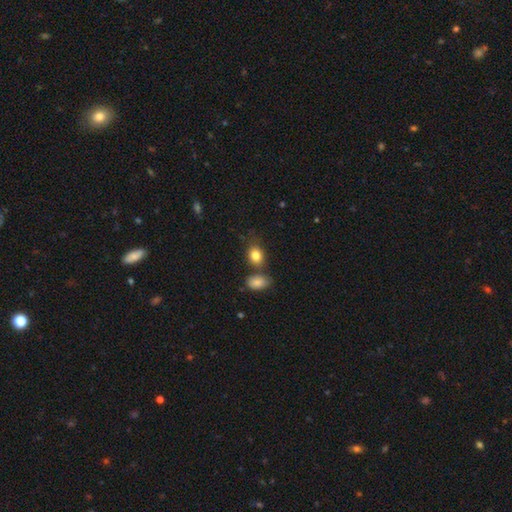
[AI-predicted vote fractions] A smooth galaxy with no disk features (84%) that is in between round and cigar-shaped (65%).

Vote fractions:
- Smooth or featured? smooth: 84% / star or artifact: 9% / featured or disk: 8%
- How rounded? in between: 65% / round: 34% / cigar-shaped: 1%
- Merging? none: 61% / merger: 19% / minor disturbance: 16% / major disturbance: 5%